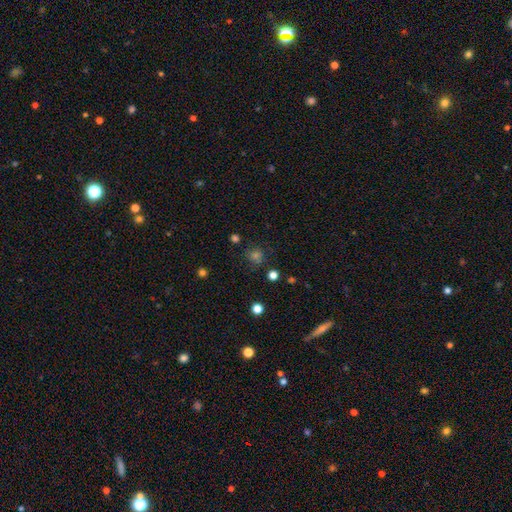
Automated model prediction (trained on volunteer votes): smooth 53%, star or artifact 36%, featured or disk 11%. Down the decision tree: how rounded — round (88%); merging — none (80%).